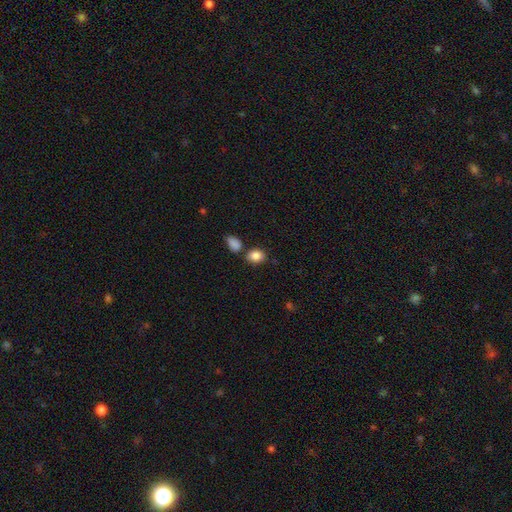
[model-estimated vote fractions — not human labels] Smooth or featured?
  - smooth: 86% *
  - star or artifact: 9%
  - featured or disk: 5%
How rounded?
  - in between: 66% *
  - round: 33%
  - cigar-shaped: 1%
Merging?
  - none: 69% *
  - merger: 14%
  - minor disturbance: 13%
  - major disturbance: 4%